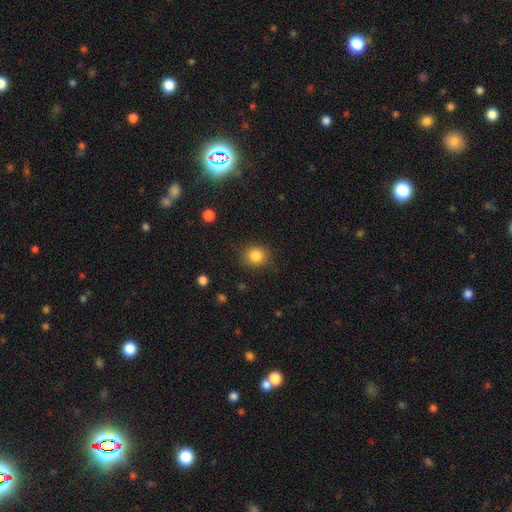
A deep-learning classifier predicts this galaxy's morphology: Q: Smooth or featured?
A: smooth (84%); runner-up: star or artifact (11%)
Q: How rounded?
A: round (80%); runner-up: in between (19%)
Q: Merging?
A: none (84%); runner-up: minor disturbance (11%)